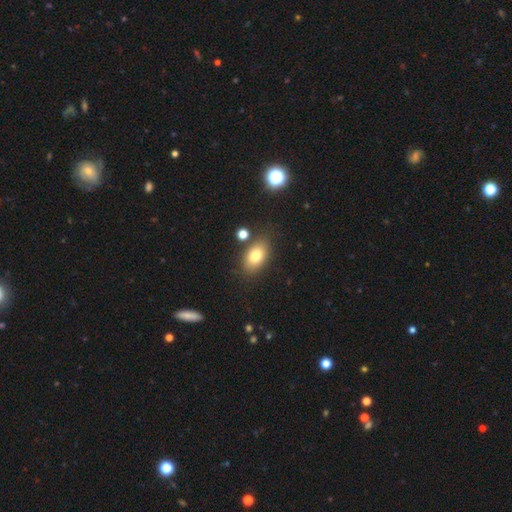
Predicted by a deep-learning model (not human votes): This appears to be a smooth galaxy with no disk features (77%) that is in between round and cigar-shaped (86%). Merging: none (78%).